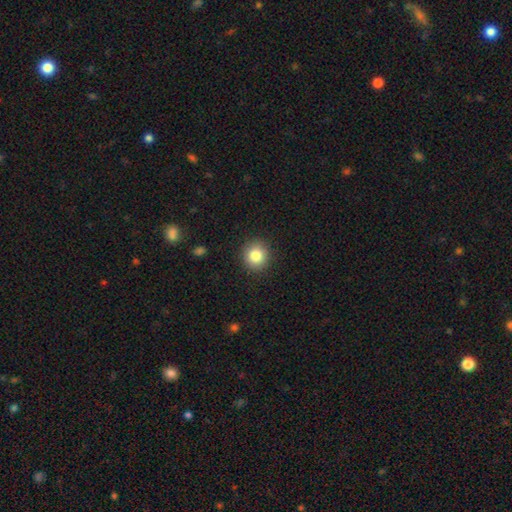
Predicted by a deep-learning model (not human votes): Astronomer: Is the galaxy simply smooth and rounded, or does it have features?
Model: smooth — 84%.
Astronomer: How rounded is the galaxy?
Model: round — 89%.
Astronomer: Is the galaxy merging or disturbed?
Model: none — 91%.